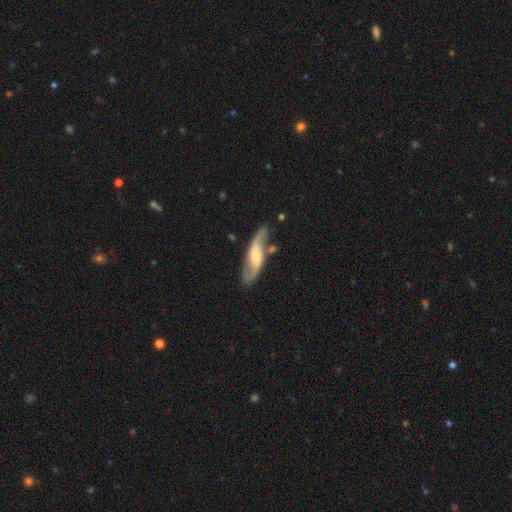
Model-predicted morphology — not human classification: Smooth or featured?
  - featured or disk: 80% *
  - smooth: 15%
  - star or artifact: 5%
Edge-on disk?
  - no: 88% *
  - yes: 12%
Bar?
  - weak: 44% *
  - no: 33%
  - strong: 23%
Spiral arms?
  - yes: 95% *
  - no: 5%
Spiral winding?
  - loose: 62% *
  - medium: 30%
  - tight: 8%
Spiral arm count?
  - 2: 92% *
  - can't tell: 3%
  - 1: 2%
  - 3: 1%
  - 4: 1%
  - more than 4: 1%
Bulge size?
  - moderate: 41% *
  - large: 24%
  - small: 20%
  - none: 12%
  - dominant: 3%
Merging?
  - none: 72% *
  - minor disturbance: 15%
  - merger: 7%
  - major disturbance: 6%